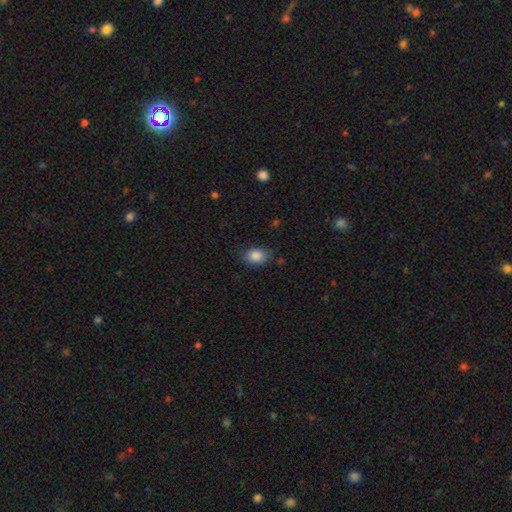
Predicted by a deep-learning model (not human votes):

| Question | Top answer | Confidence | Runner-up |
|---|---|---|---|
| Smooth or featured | smooth | 86% | star or artifact (8%) |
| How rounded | in between | 76% | round (23%) |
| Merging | none | 79% | minor disturbance (16%) |